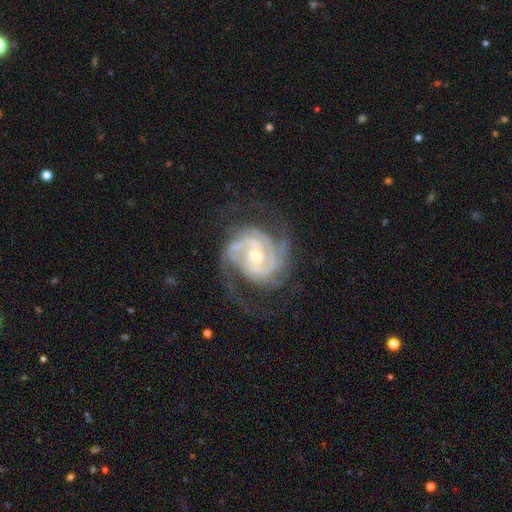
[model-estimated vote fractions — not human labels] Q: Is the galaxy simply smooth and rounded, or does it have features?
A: featured or disk — 92%.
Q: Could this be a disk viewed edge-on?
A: no — 98%.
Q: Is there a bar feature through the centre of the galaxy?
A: no — 56%.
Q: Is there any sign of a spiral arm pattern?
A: yes — 98%.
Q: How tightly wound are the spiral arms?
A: tight — 56%.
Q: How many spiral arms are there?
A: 2 — 38%.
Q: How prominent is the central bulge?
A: small — 49%.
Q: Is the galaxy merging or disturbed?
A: none — 66%.